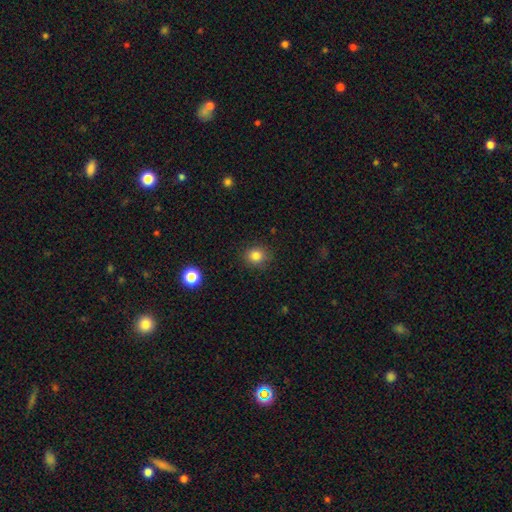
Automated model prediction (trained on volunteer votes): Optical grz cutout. It shows a smooth galaxy with no disk features (83%) that is round (81%). Merging: none (88%).